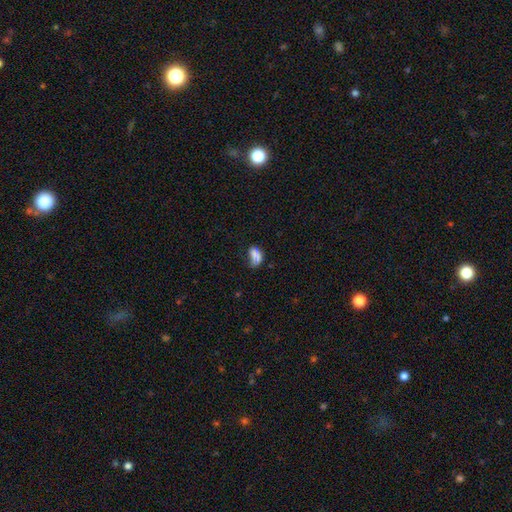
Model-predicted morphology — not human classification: Q: Smooth or featured?
A: smooth (73%); runner-up: featured or disk (16%)
Q: How rounded?
A: in between (87%); runner-up: round (10%)
Q: Merging?
A: none (33%); runner-up: minor disturbance (29%)